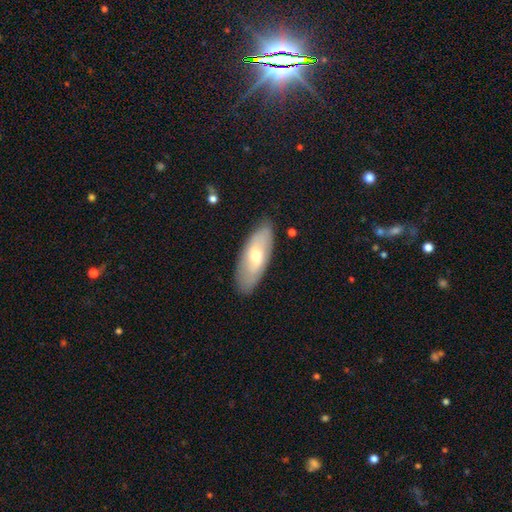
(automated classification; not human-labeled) smooth 55%, featured or disk 40%, star or artifact 6%. Down the decision tree: how rounded — in between (79%); merging — none (84%).